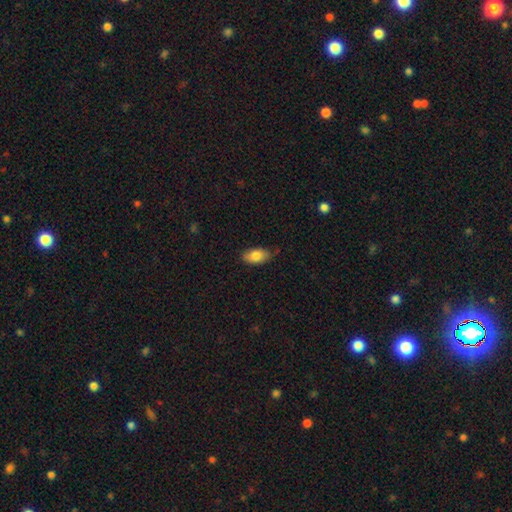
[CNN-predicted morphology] smooth-or-featured: smooth: 83% | featured or disk: 10% | star or artifact: 7%
  how-rounded: in between: 93% | round: 4% | cigar-shaped: 3%
  merging: none: 78% | minor disturbance: 18% | major disturbance: 3% | merger: 1%